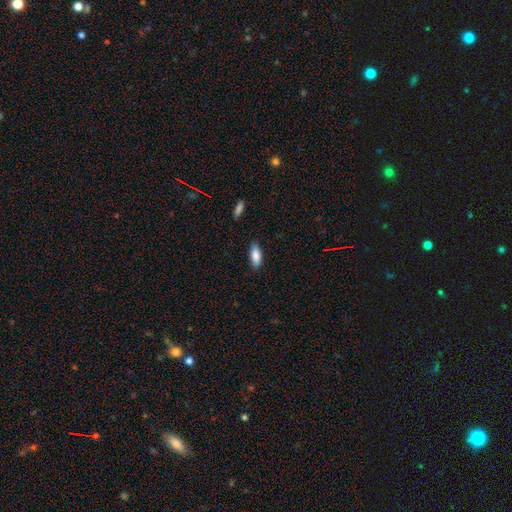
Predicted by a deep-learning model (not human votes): Smooth or featured: smooth — 86% (featured or disk — 8%)
How rounded: in between — 79% (cigar-shaped — 19%)
Merging: none — 85% (minor disturbance — 12%)